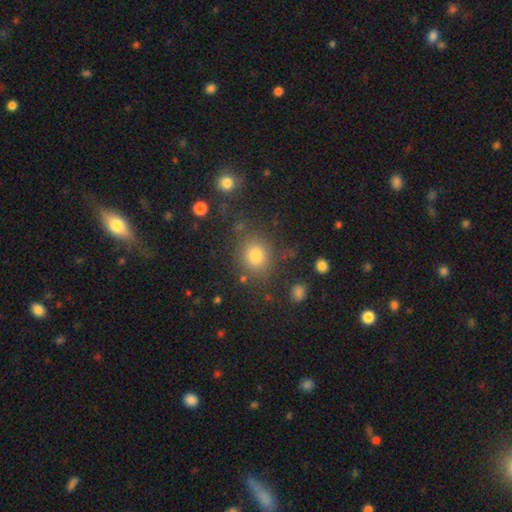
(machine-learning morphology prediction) Overall: smooth (76%). How rounded: round (76%). Merging: none (80%).